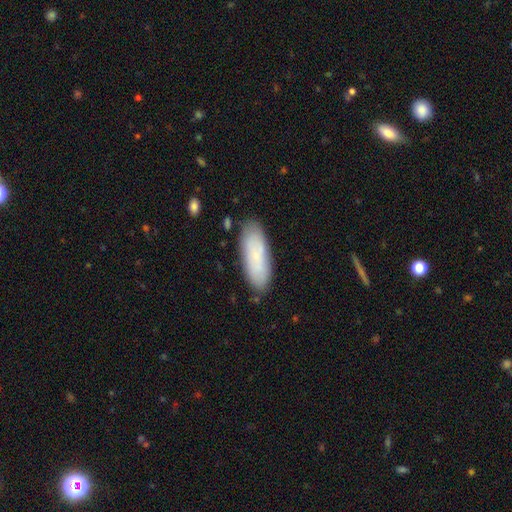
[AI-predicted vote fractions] A smooth galaxy with no disk features (74%) that is in between round and cigar-shaped (63%).

Vote fractions:
- Smooth or featured? smooth: 74% / featured or disk: 18% / star or artifact: 8%
- How rounded? in between: 63% / cigar-shaped: 35% / round: 2%
- Merging? none: 83% / minor disturbance: 13% / major disturbance: 3% / merger: 2%